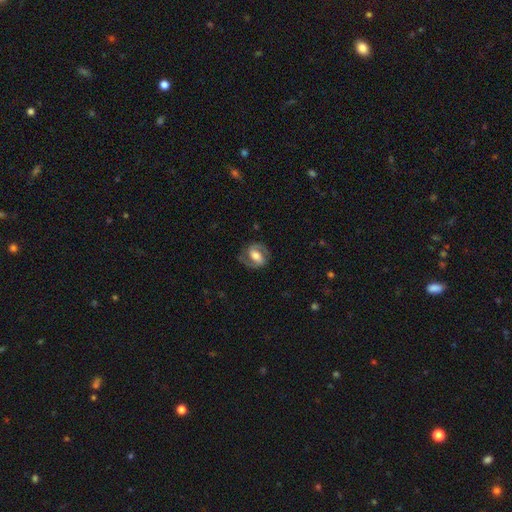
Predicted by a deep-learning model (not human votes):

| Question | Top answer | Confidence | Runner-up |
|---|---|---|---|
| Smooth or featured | featured or disk | 79% | smooth (16%) |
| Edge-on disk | no | 97% | yes (3%) |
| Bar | weak | 40% | strong (39%) |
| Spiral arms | yes | 93% | no (7%) |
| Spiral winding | medium | 54% | tight (31%) |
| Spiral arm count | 2 | 91% | can't tell (4%) |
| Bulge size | moderate | 58% | large (22%) |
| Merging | none | 79% | minor disturbance (13%) |